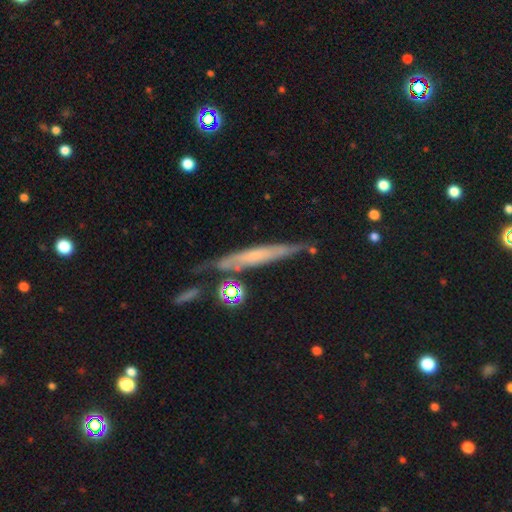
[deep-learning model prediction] This is possibly a featured or disk galaxy (55%). It is likely viewed edge-on (78%). Merging: likely none (61%).